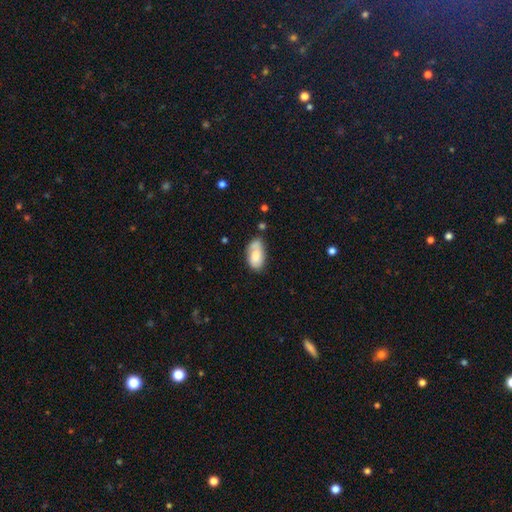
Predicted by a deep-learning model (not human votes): A smooth galaxy with no disk features (71%) that is in between round and cigar-shaped (93%).

Vote fractions:
- Smooth or featured? smooth: 71% / featured or disk: 22% / star or artifact: 7%
- How rounded? in between: 93% / round: 4% / cigar-shaped: 3%
- Merging? none: 52% / minor disturbance: 28% / merger: 11% / major disturbance: 9%